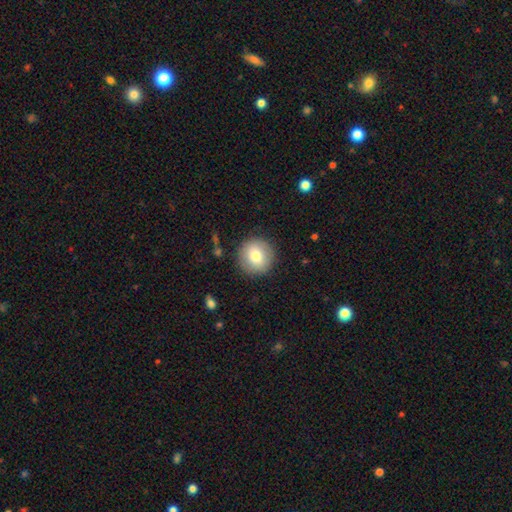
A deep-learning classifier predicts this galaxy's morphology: Smooth or featured: smooth — 78% (featured or disk — 14%)
How rounded: round — 95% (in between — 4%)
Merging: none — 89% (minor disturbance — 7%)